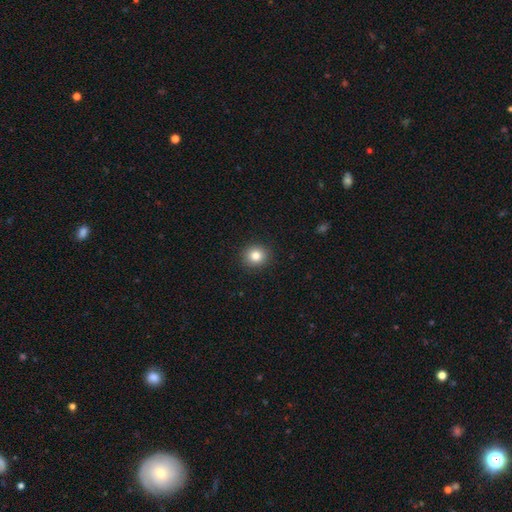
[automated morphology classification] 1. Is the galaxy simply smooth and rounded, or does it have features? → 82% smooth, 11% star or artifact, 7% featured or disk.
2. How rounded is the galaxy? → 88% round, 11% in between, 1% cigar-shaped.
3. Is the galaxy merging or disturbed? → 92% none, 5% minor disturbance, 2% major disturbance, 1% merger.